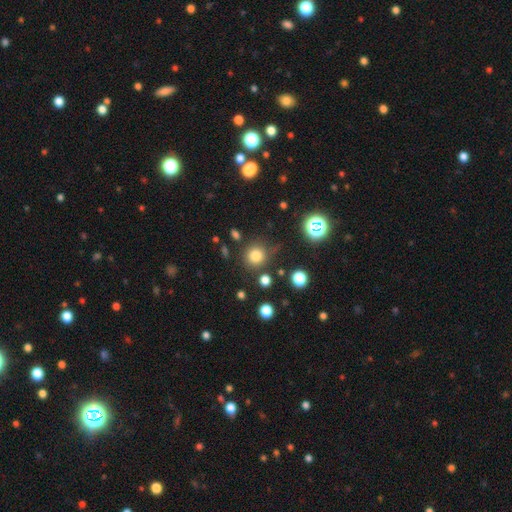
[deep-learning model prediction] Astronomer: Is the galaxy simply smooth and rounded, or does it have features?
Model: smooth — 77%.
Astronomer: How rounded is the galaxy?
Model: round — 91%.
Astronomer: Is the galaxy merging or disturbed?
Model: none — 78%.